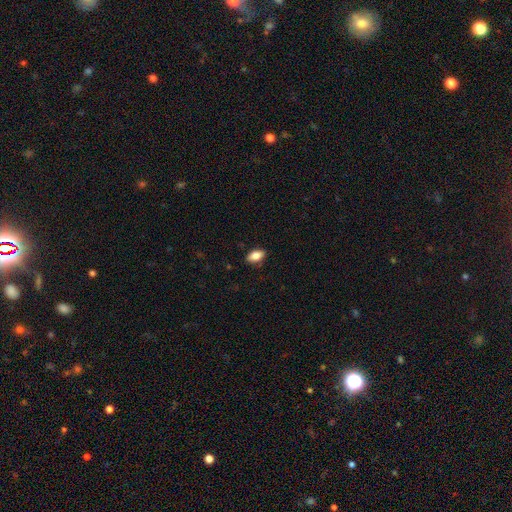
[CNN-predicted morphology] The model was most divided on "merging": none: 86%, minor disturbance: 11%, major disturbance: 2%, merger: 1%. More confident: how rounded — in between (90%); smooth or featured — smooth (85%).